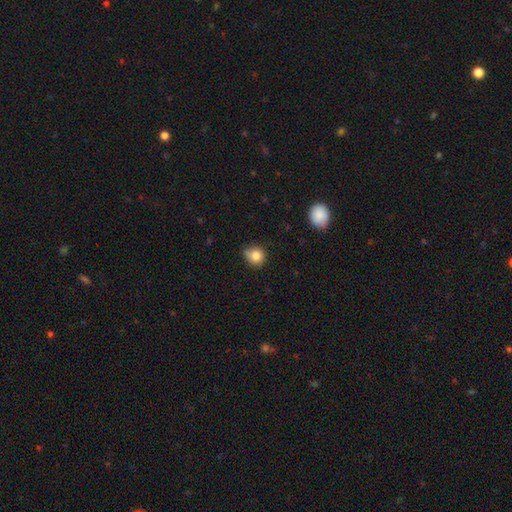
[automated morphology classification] A smooth galaxy with no disk features (81%) that is round (81%). Merging: none (62%).